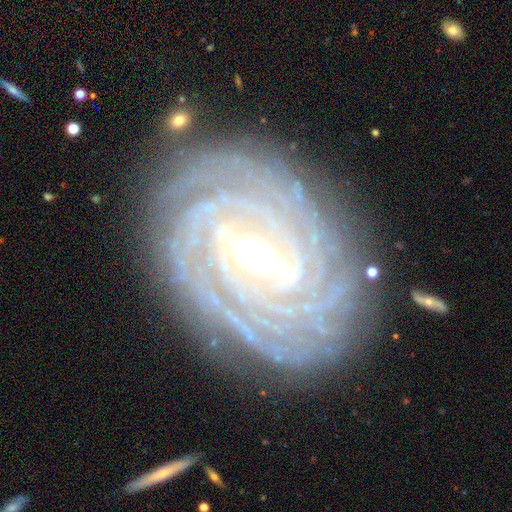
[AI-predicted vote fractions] Q: Smooth or featured?
A: featured or disk (92%); runner-up: smooth (4%)
Q: Edge-on disk?
A: no (96%); runner-up: yes (4%)
Q: Bar?
A: strong (64%); runner-up: weak (28%)
Q: Spiral arms?
A: yes (98%); runner-up: no (2%)
Q: Spiral winding?
A: tight (89%); runner-up: medium (9%)
Q: Spiral arm count?
A: more than 4 (23%); tied with: 4 (23%)
Q: Bulge size?
A: moderate (71%); runner-up: small (18%)
Q: Merging?
A: none (83%); runner-up: minor disturbance (12%)